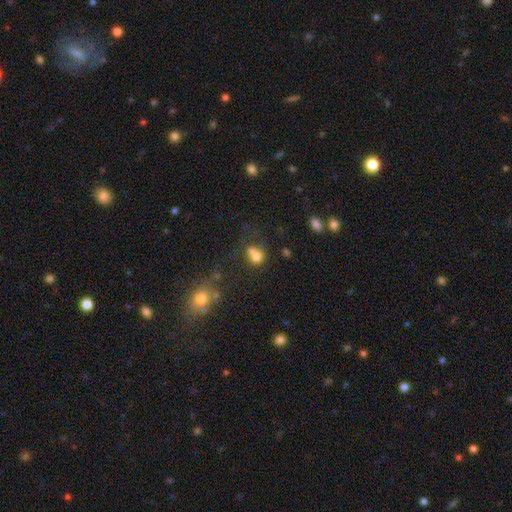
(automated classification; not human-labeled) Q: Smooth or featured?
A: smooth (72%); runner-up: star or artifact (15%)
Q: How rounded?
A: round (58%); runner-up: in between (41%)
Q: Merging?
A: merger (45%); runner-up: none (33%)